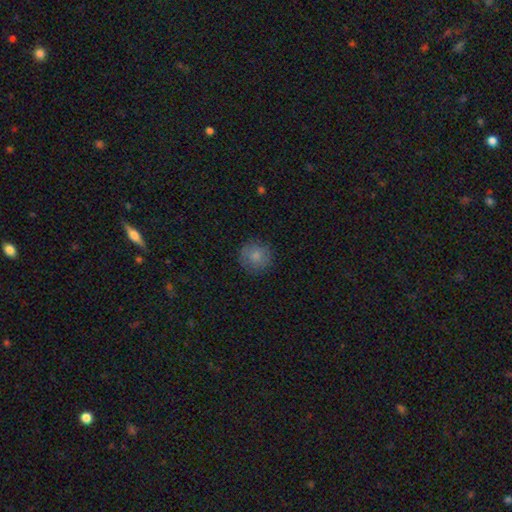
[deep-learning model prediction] Morphology: type=smooth (81%); roundness=round (93%); merging=none (85%).